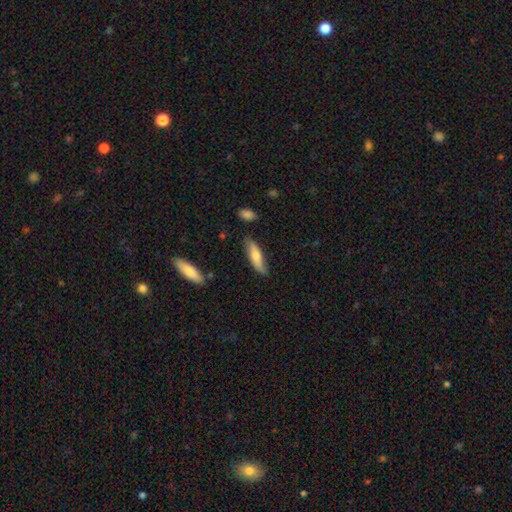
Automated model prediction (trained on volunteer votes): This appears to be a smooth galaxy with no disk features (62%) that is cigar-shaped (62%). Merging: none (76%).